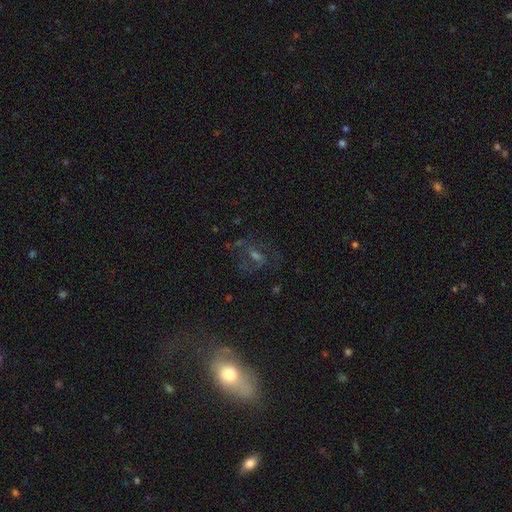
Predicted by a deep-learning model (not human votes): smooth-or-featured: featured or disk: 53% | star or artifact: 28% | smooth: 19%
  disk-edge-on: no: 94% | yes: 6%
  merging: none: 58% | major disturbance: 22% | minor disturbance: 16% | merger: 4%